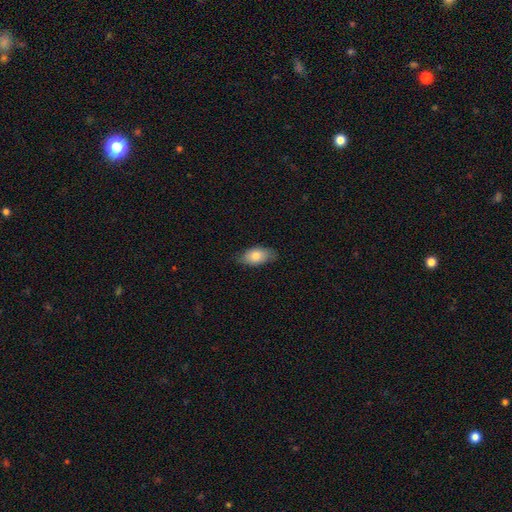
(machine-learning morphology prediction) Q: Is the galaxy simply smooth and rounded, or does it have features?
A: smooth — 80%.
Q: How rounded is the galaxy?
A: in between — 91%.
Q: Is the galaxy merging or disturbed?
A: none — 78%.